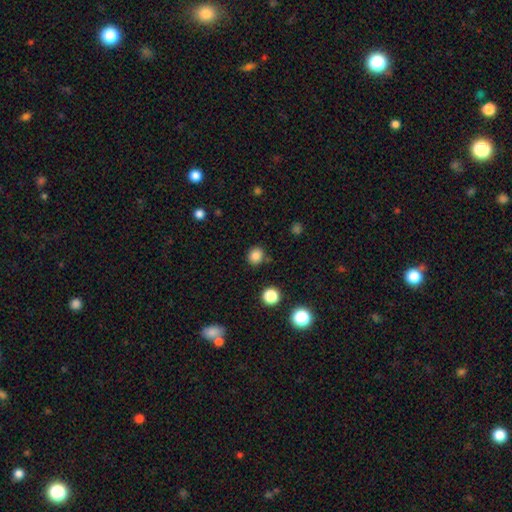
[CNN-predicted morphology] Smooth or featured? Predicted: smooth (p=0.83). How rounded? Predicted: round (p=0.79). Merging? Predicted: none (p=0.84).